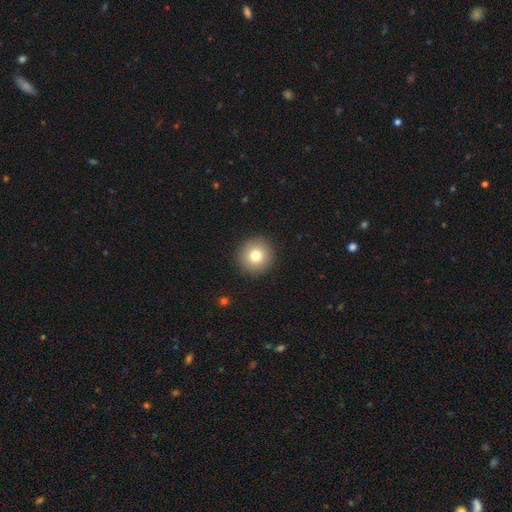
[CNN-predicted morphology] This is likely a smooth galaxy (79%). How rounded: clearly round (94%). Merging: clearly none (92%).